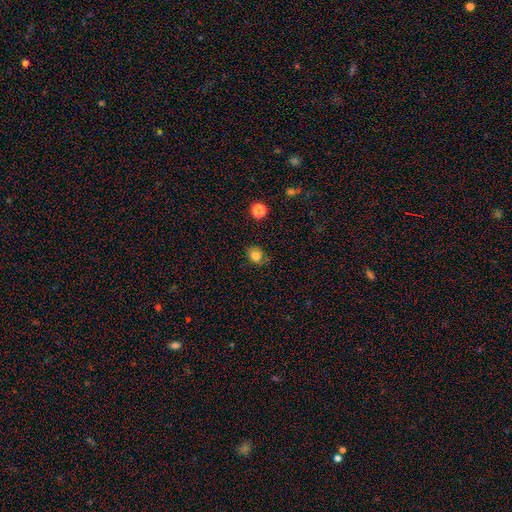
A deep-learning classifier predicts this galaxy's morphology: Smooth or featured?
  - smooth: 82% *
  - star or artifact: 12%
  - featured or disk: 7%
How rounded?
  - round: 60% *
  - in between: 39%
  - cigar-shaped: 1%
Merging?
  - none: 74% *
  - minor disturbance: 20%
  - major disturbance: 4%
  - merger: 2%